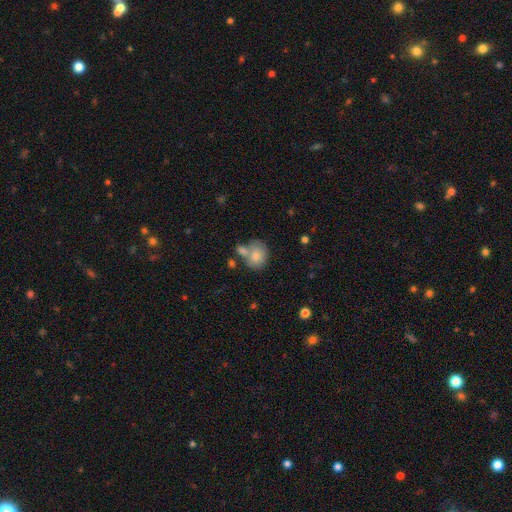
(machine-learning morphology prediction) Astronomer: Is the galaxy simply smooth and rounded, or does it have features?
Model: smooth — 74%.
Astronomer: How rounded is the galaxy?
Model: round — 70%.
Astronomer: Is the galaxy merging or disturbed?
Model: none — 46% (runner-up: merger, 35%).